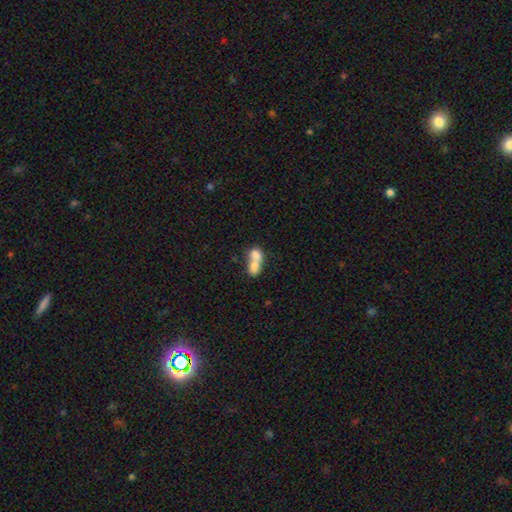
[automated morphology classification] smooth 71%, featured or disk 20%, star or artifact 9%. Down the decision tree: how rounded — in between (70%); merging — merger (75%).